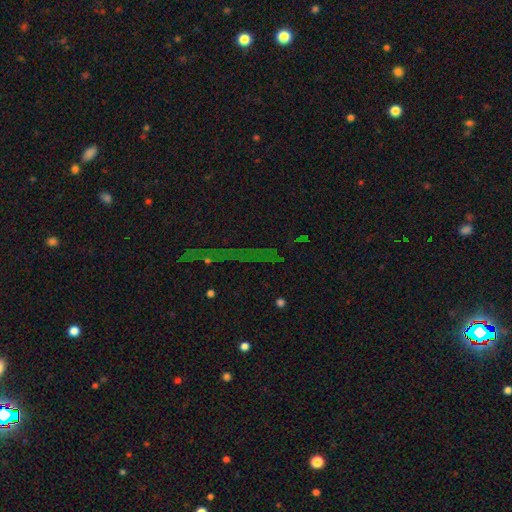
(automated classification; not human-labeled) A star or artifact, not a galaxy (73%).